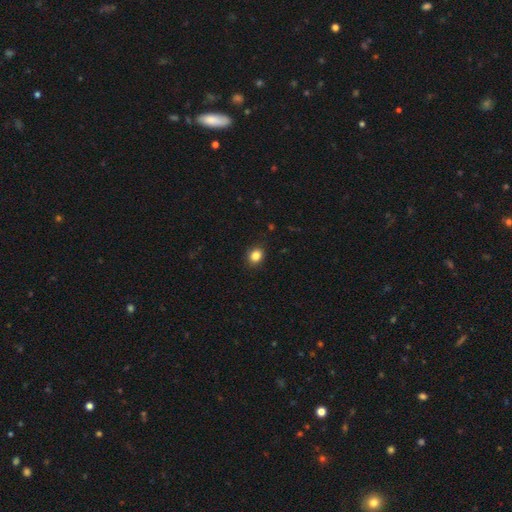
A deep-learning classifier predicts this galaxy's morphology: Overall: smooth (85%). How rounded: round (66%; in between 33%). Merging: none (88%).